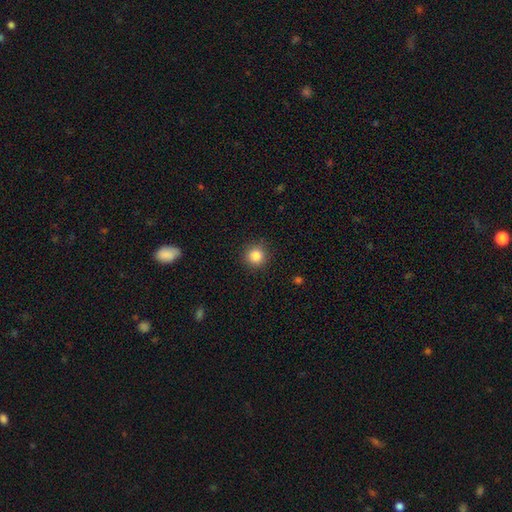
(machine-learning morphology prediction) A smooth galaxy with no disk features (86%) that is round (94%). Merging: none (90%).